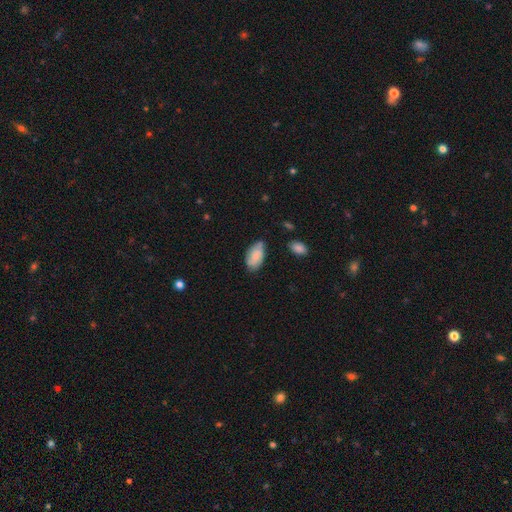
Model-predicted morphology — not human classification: The model was most divided on "merging": none: 66%, minor disturbance: 25%, major disturbance: 5%, merger: 3%. More confident: how rounded — in between (94%); smooth or featured — smooth (70%).